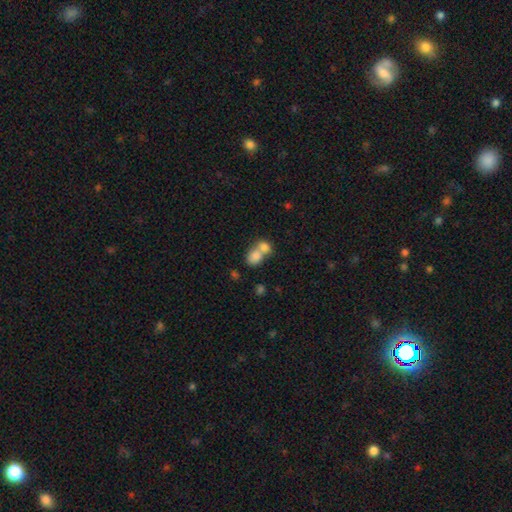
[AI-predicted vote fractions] Smooth or featured?
  - smooth: 79% *
  - featured or disk: 11%
  - star or artifact: 9%
How rounded?
  - in between: 56% *
  - round: 43%
  - cigar-shaped: 1%
Merging?
  - merger: 69% *
  - none: 23%
  - minor disturbance: 6%
  - major disturbance: 3%